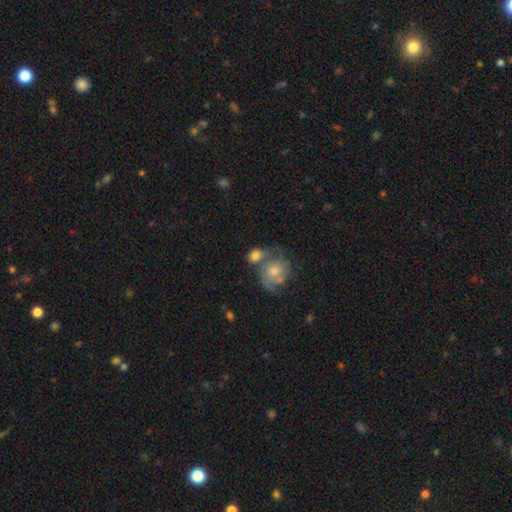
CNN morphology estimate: A smooth galaxy with no disk features (64%) that is round (55%).

Vote fractions:
- Smooth or featured? smooth: 64% / featured or disk: 27% / star or artifact: 8%
- How rounded? round: 55% / in between: 43% / cigar-shaped: 2%
- Merging? merger: 47% / none: 31% / minor disturbance: 14% / major disturbance: 8%